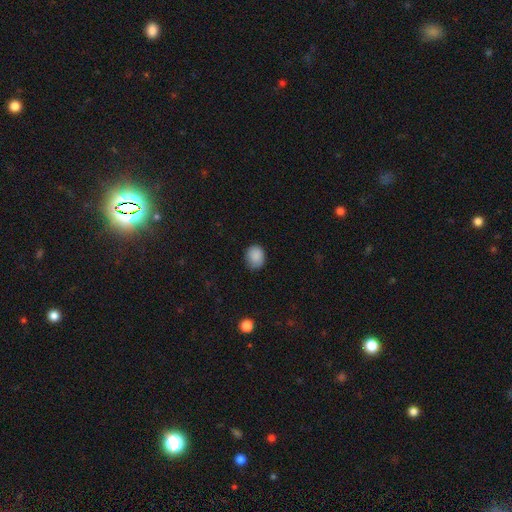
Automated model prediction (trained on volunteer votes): Smooth or featured? smooth (88%)
How rounded? round (65%)
Merging? none (77%)